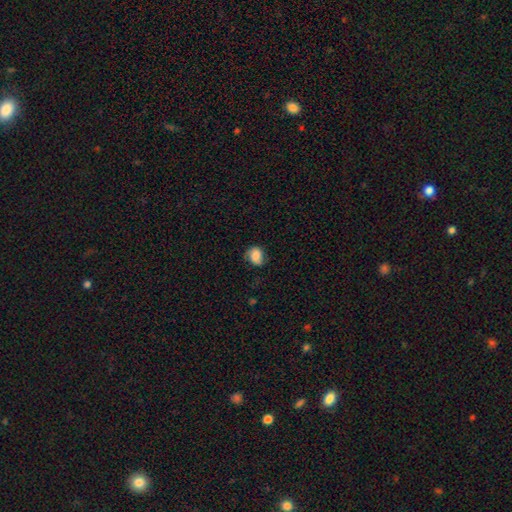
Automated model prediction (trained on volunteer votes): This appears to be a smooth galaxy with no disk features (75%) that is round (54%). Merging: none (65%).